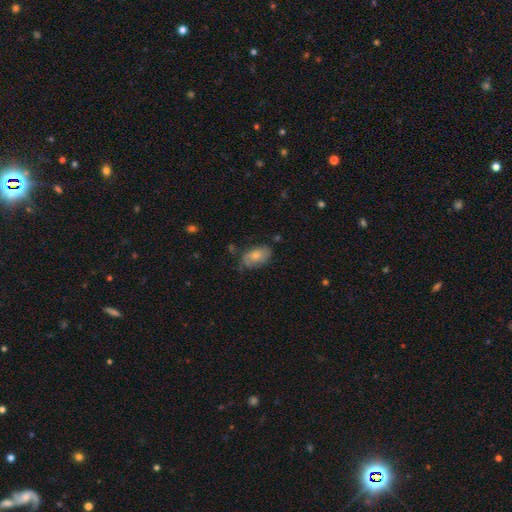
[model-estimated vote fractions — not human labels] smooth 67%, featured or disk 26%, star or artifact 7%. Down the decision tree: how rounded — in between (92%); merging — none (63%).